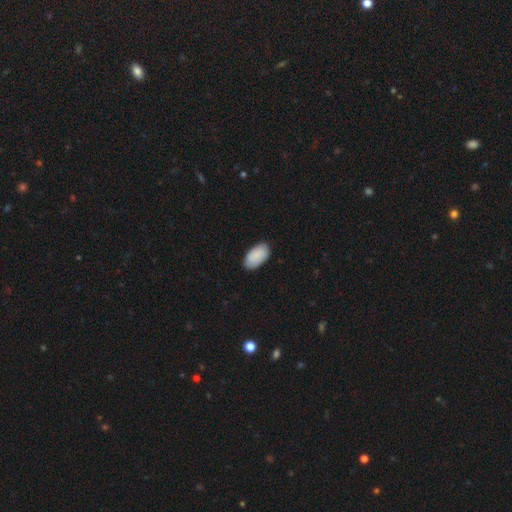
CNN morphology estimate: type=smooth (88%); roundness=in between (96%); merging=none (86%).